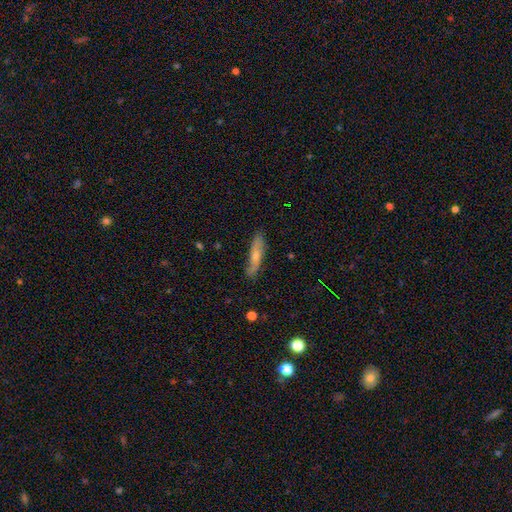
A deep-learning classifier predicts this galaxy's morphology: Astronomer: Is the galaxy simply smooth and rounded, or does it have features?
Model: featured or disk — 47% (runner-up: smooth, 46%).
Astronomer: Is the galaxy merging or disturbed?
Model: none — 82%.